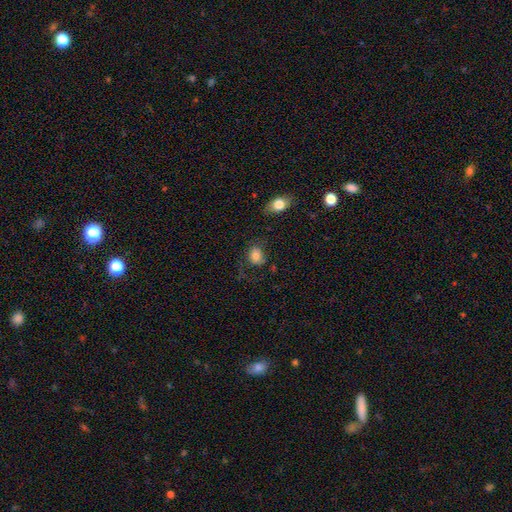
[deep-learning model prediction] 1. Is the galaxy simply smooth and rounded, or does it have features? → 78% smooth, 12% featured or disk, 10% star or artifact.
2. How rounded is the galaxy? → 53% round, 46% in between, 1% cigar-shaped.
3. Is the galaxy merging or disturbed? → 62% none, 21% minor disturbance, 14% major disturbance, 4% merger.